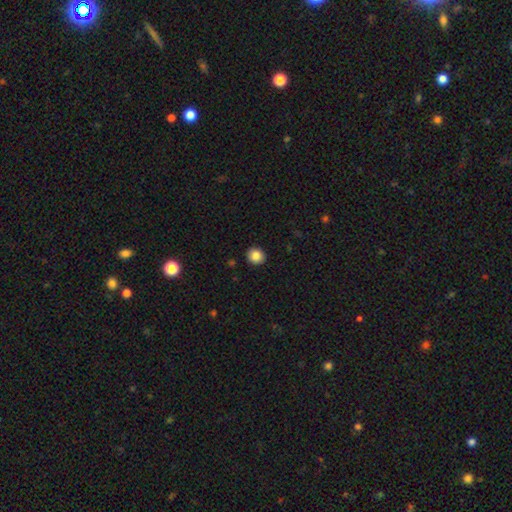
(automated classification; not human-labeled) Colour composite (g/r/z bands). It shows a smooth galaxy with no disk features (85%) that is round (86%). Merging: none (92%).